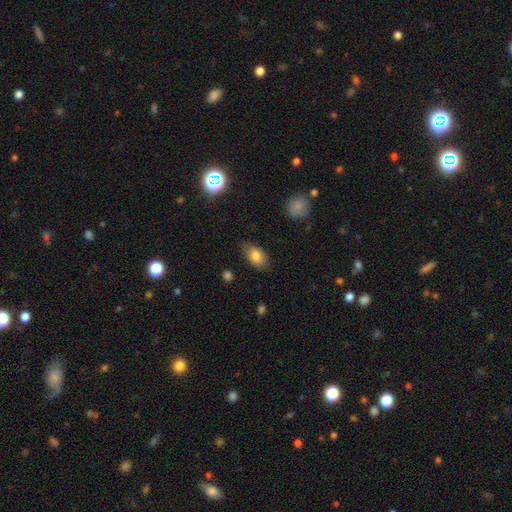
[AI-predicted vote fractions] Morphology: type=smooth (82%); roundness=in between (90%); merging=none (76%).